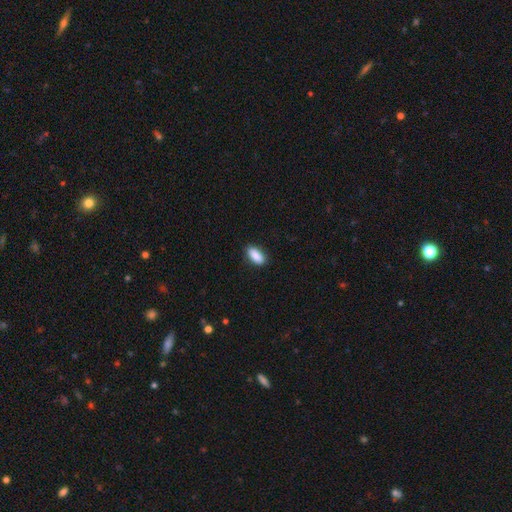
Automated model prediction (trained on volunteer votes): smooth_or_featured: smooth (p=0.90) [alt: star or artifact p=0.06]
how_rounded: in between (p=0.88) [alt: cigar-shaped p=0.10]
merging: none (p=0.87) [alt: minor disturbance p=0.10]